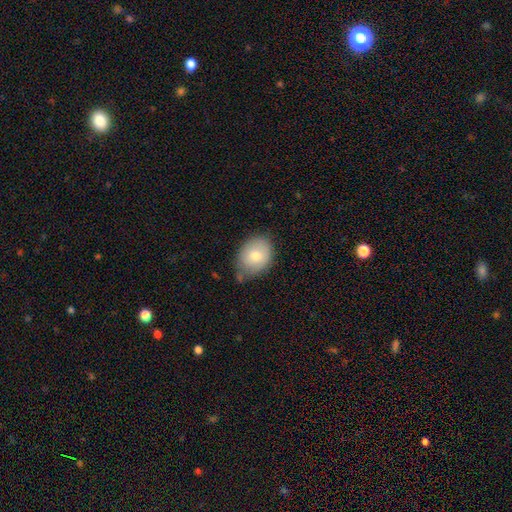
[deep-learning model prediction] smooth_or_featured: smooth (p=0.74) [alt: featured or disk p=0.18]
how_rounded: in between (p=0.57) [alt: round p=0.42]
merging: none (p=0.63) [alt: minor disturbance p=0.27]